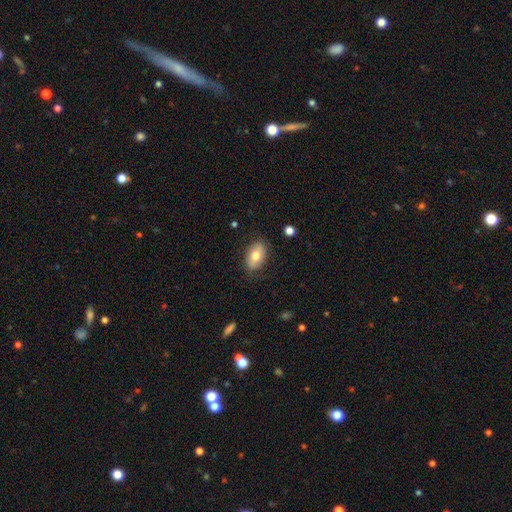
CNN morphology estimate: The model was most divided on "smooth or featured": smooth: 71%, featured or disk: 22%, star or artifact: 7%. More confident: how rounded — in between (90%); merging — none (81%).